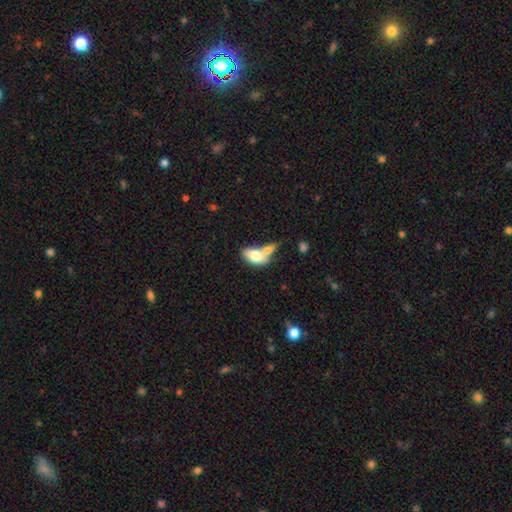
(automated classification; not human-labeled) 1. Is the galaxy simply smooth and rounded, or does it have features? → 74% smooth, 19% featured or disk, 7% star or artifact.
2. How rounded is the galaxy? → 88% in between, 7% round, 5% cigar-shaped.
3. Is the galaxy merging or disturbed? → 58% merger, 25% none, 11% minor disturbance, 6% major disturbance.